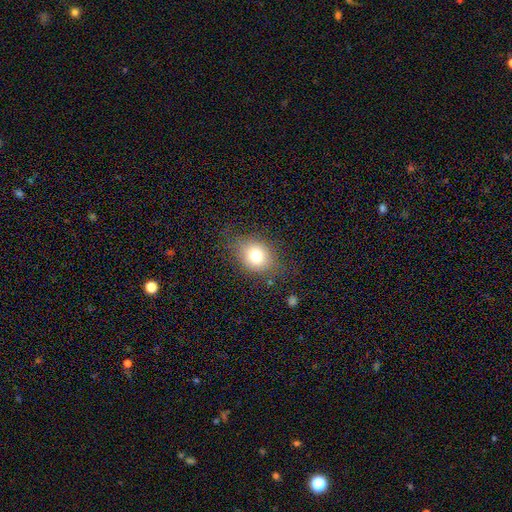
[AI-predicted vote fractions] The model was most divided on "how rounded": round: 51%, in between: 47%, cigar-shaped: 1%. More confident: merging — none (74%); smooth or featured — smooth (72%).